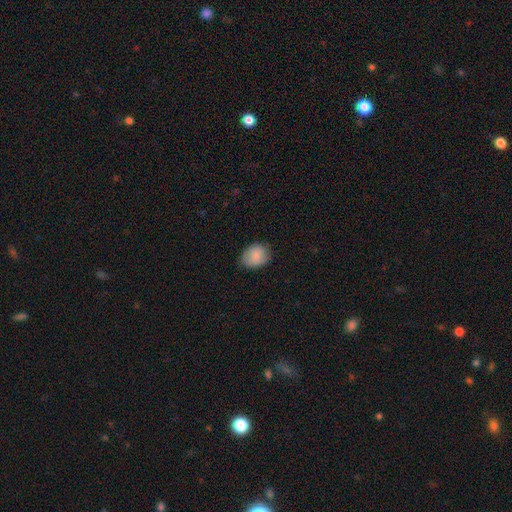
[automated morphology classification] A smooth galaxy with no disk features (84%) that is in between round and cigar-shaped (50%).

Vote fractions:
- Smooth or featured? smooth: 84% / featured or disk: 9% / star or artifact: 7%
- How rounded? in between: 50% / round: 49% / cigar-shaped: 1%
- Merging? none: 76% / minor disturbance: 19% / major disturbance: 4% / merger: 1%